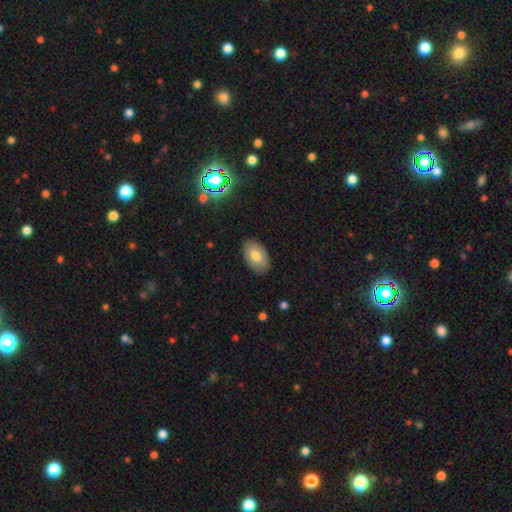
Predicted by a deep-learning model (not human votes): The model was most divided on "smooth or featured": smooth: 69%, featured or disk: 23%, star or artifact: 8%. More confident: how rounded — in between (92%); merging — none (86%).